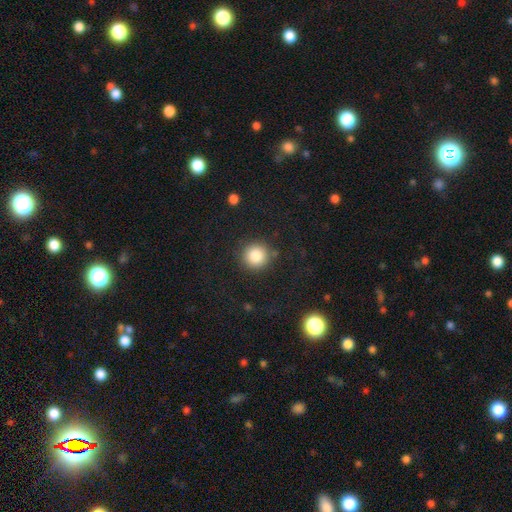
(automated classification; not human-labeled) Smooth or featured? Predicted: smooth (p=0.84). How rounded? Predicted: round (p=0.94). Merging? Predicted: none (p=0.87).